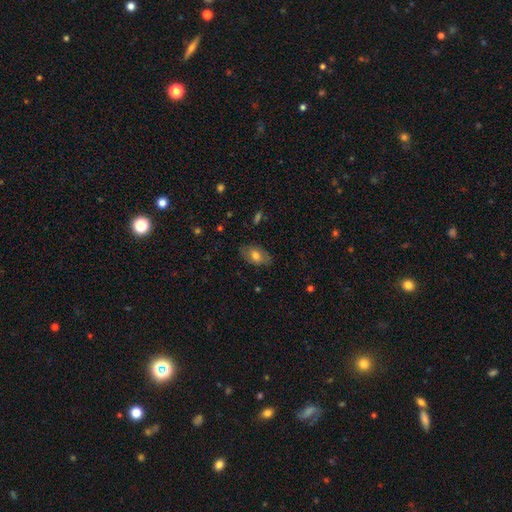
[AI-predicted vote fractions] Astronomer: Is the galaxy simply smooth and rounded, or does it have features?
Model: smooth — 70%.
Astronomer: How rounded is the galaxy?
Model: in between — 89%.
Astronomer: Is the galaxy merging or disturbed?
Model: none — 79%.